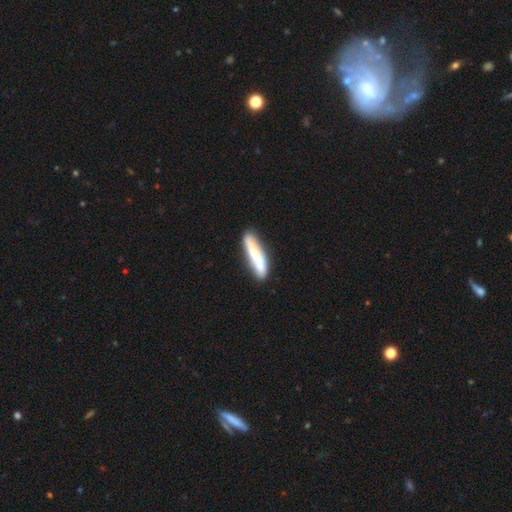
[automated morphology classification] smooth 62%, featured or disk 32%, star or artifact 5%. Down the decision tree: how rounded — cigar-shaped (80%); merging — none (77%).